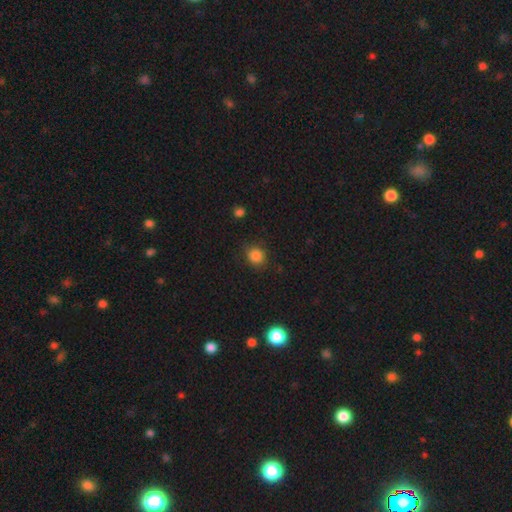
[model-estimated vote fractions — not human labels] A smooth galaxy with no disk features (84%) that is round (82%).

Vote fractions:
- Smooth or featured? smooth: 84% / star or artifact: 12% / featured or disk: 4%
- How rounded? round: 82% / in between: 17% / cigar-shaped: 1%
- Merging? none: 83% / minor disturbance: 12% / major disturbance: 3% / merger: 1%